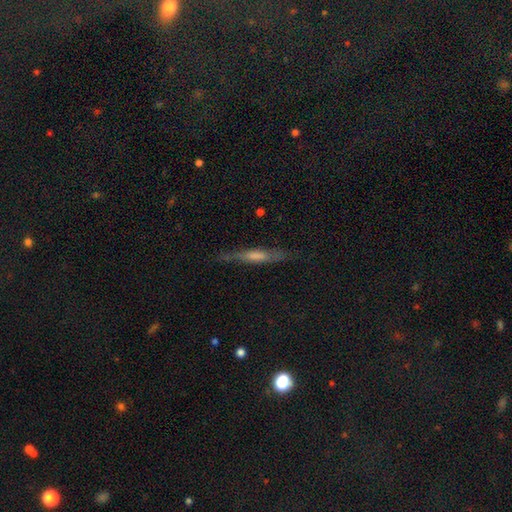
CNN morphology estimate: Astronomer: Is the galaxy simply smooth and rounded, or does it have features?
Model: featured or disk — 53% (runner-up: smooth, 39%).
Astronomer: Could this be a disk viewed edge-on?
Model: yes — 90%.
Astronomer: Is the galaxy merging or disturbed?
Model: none — 79%.